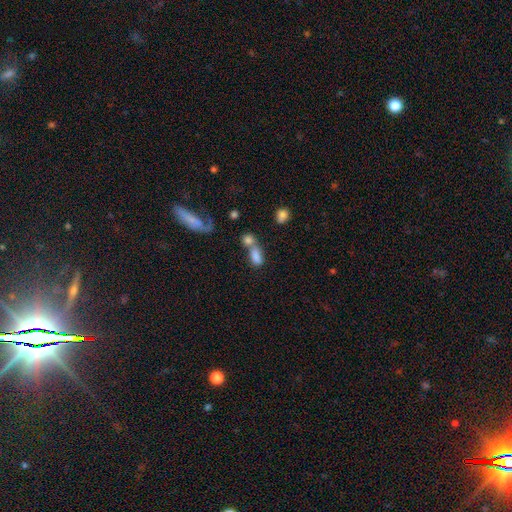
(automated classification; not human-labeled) The model was most divided on "merging": merger: 57%, none: 25%, minor disturbance: 10%, major disturbance: 8%. More confident: how rounded — in between (82%); smooth or featured — smooth (79%).